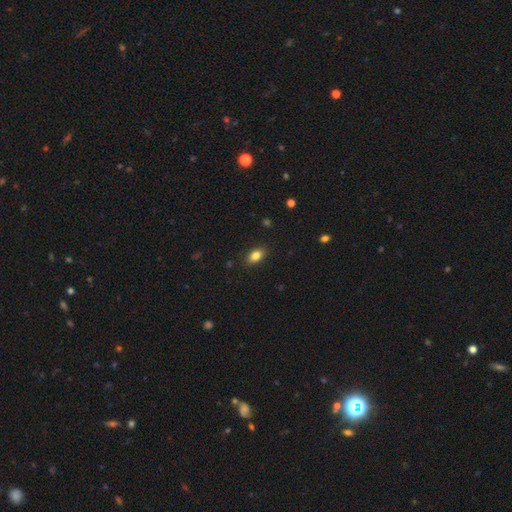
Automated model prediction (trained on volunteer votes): smooth 84%, star or artifact 9%, featured or disk 7%. Down the decision tree: how rounded — in between (86%); merging — none (87%).